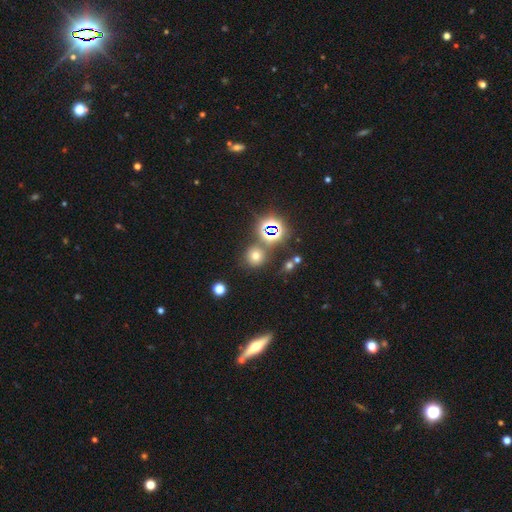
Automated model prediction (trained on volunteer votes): This is likely a smooth galaxy (61%). How rounded: clearly round (90%). Merging: likely none (78%).